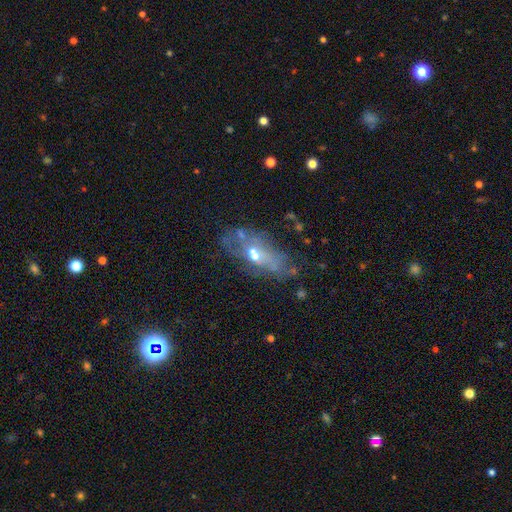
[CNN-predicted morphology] This is possibly a featured or disk galaxy (52%). It is clearly not viewed edge-on (86%). Merging: marginally none (36%).